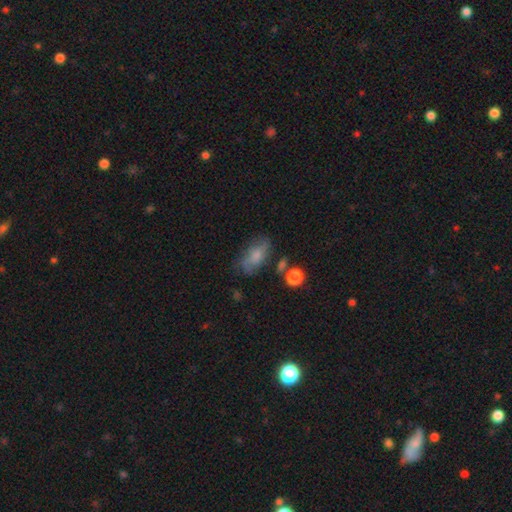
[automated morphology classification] Smooth or featured? smooth (64%)
How rounded? in between (85%)
Merging? none (58%)